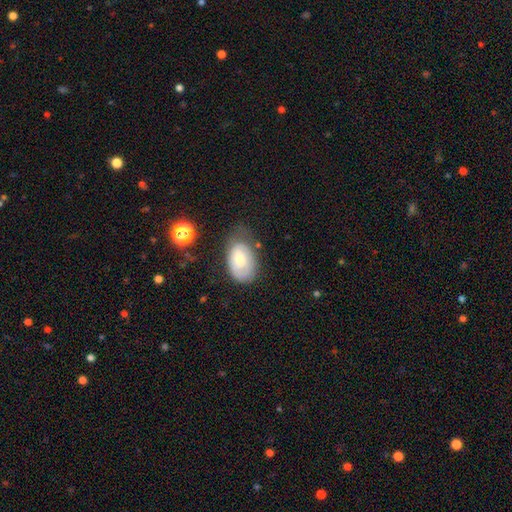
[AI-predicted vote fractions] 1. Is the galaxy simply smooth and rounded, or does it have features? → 58% smooth, 23% star or artifact, 19% featured or disk.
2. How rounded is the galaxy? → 82% in between, 16% round, 2% cigar-shaped.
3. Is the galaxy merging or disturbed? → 78% none, 13% minor disturbance, 6% major disturbance, 4% merger.